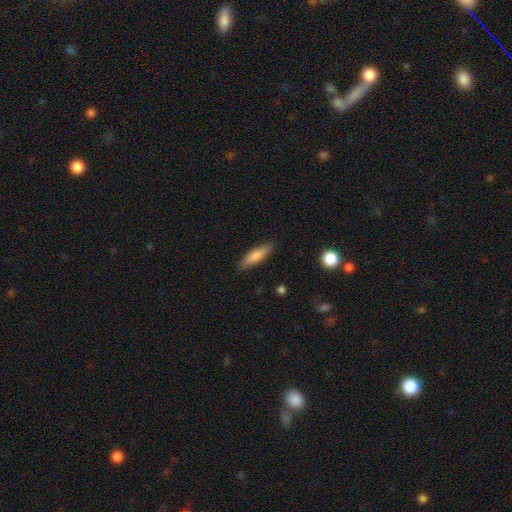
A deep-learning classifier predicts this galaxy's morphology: smooth 73%, featured or disk 21%, star or artifact 6%. Down the decision tree: how rounded — cigar-shaped (67%); merging — none (87%).